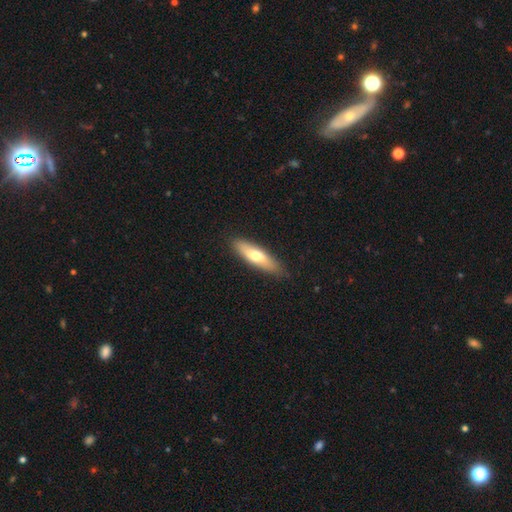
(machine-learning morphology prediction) Q: Smooth or featured?
A: smooth (64%); runner-up: featured or disk (31%)
Q: How rounded?
A: cigar-shaped (58%); runner-up: in between (40%)
Q: Merging?
A: none (85%); runner-up: minor disturbance (12%)